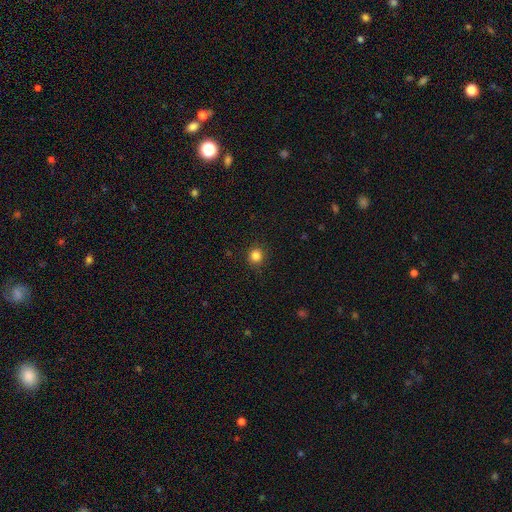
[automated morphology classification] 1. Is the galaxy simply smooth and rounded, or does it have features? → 84% smooth, 12% star or artifact, 4% featured or disk.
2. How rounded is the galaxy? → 92% round, 7% in between, 1% cigar-shaped.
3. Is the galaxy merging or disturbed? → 91% none, 6% minor disturbance, 2% major disturbance, 1% merger.